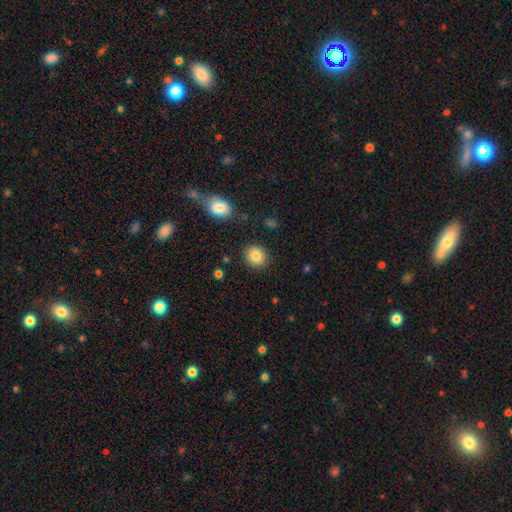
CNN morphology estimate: This appears to be a smooth galaxy with no disk features (84%) that is round (78%). Merging: none (88%).